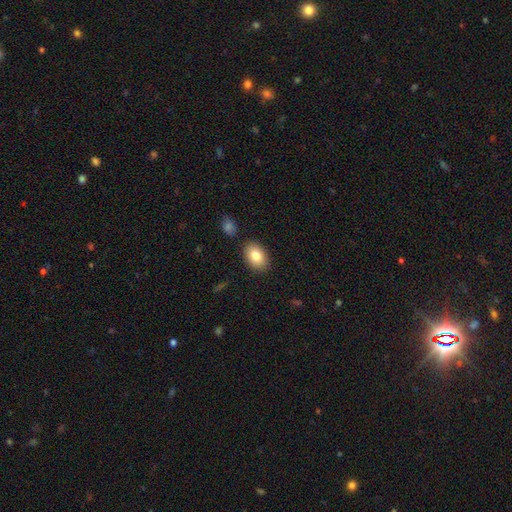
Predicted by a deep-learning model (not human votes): Smooth or featured: smooth — 81% (featured or disk — 11%)
How rounded: in between — 83% (round — 16%)
Merging: none — 86% (minor disturbance — 9%)